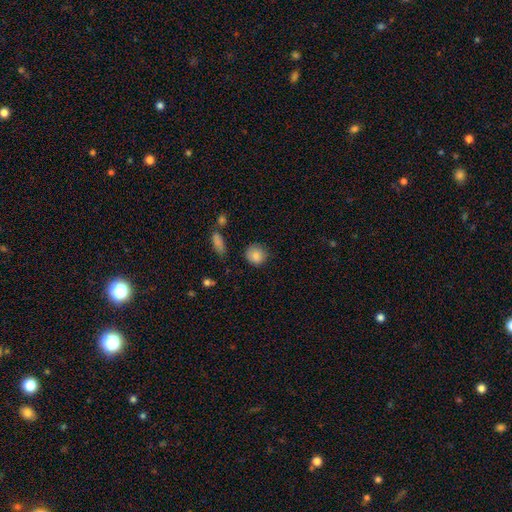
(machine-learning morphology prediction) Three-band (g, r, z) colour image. It shows a smooth galaxy with no disk features (85%) that is round (87%). Merging: none (79%).